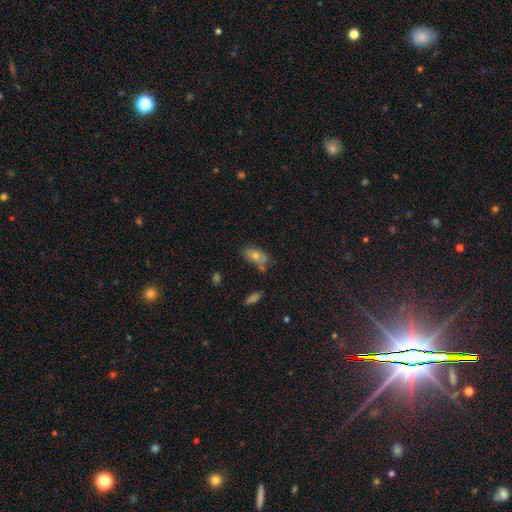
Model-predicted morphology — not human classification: Smooth or featured?
  - smooth: 63% *
  - featured or disk: 24%
  - star or artifact: 14%
How rounded?
  - in between: 86% *
  - round: 8%
  - cigar-shaped: 6%
Merging?
  - none: 56% *
  - minor disturbance: 24%
  - merger: 13%
  - major disturbance: 8%